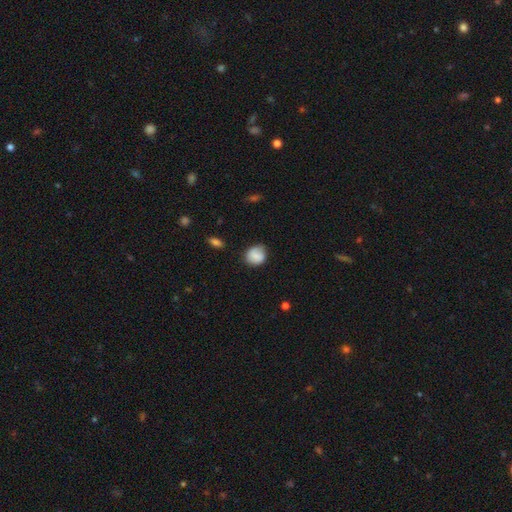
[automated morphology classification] Overall: smooth (80%). How rounded: round (73%). Merging: none (67%).